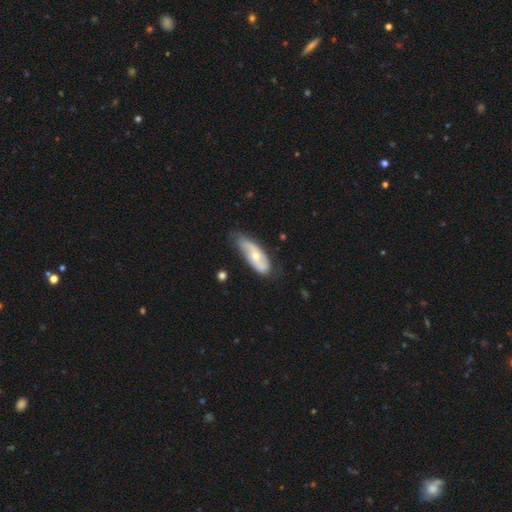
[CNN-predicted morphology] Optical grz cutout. It shows a featured or disk galaxy (55%). Merging: none (51%).